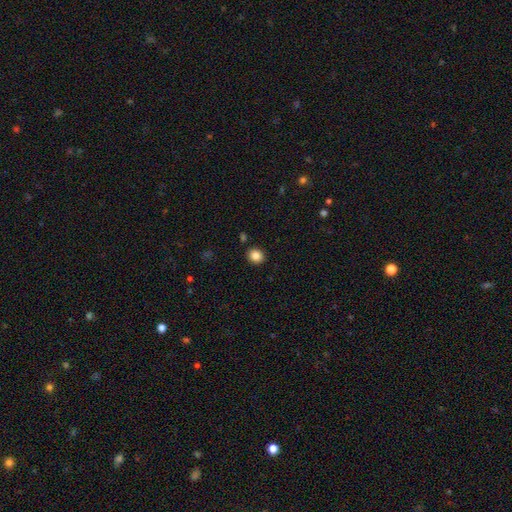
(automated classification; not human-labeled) Smooth or featured? Predicted: smooth (p=0.85). How rounded? Predicted: round (p=0.78). Merging? Predicted: none (p=0.91).